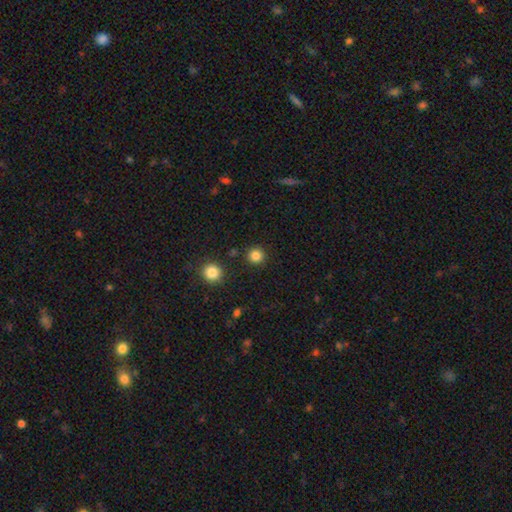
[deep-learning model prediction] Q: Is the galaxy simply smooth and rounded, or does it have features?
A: smooth — 84%.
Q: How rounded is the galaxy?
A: round — 94%.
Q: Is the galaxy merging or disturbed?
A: none — 90%.